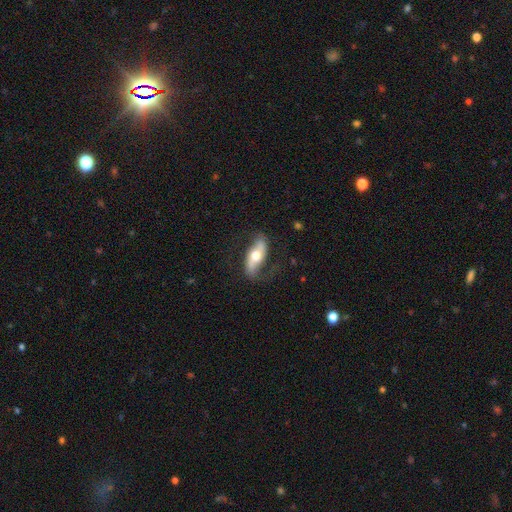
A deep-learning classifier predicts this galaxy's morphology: Smooth or featured: featured or disk — 62% (smooth — 33%)
Edge-on disk: no — 79% (yes — 21%)
Merging: none — 70% (minor disturbance — 19%)